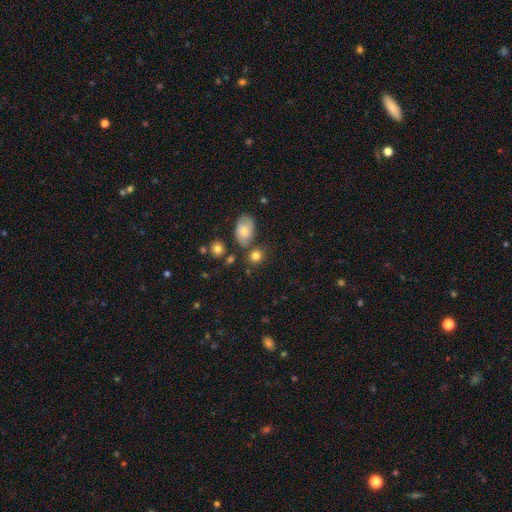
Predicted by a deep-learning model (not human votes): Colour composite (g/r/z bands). It shows a smooth galaxy with no disk features (82%) that is round (67%). Merging: none (68%).